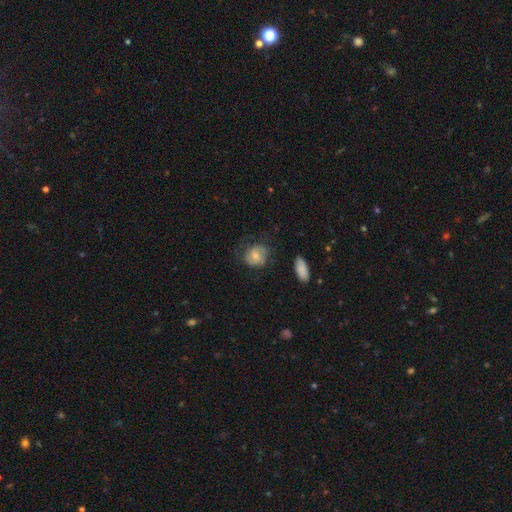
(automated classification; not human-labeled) Overall: smooth (53%; featured or disk 39%). How rounded: round (63%; in between 36%). Merging: none (62%; minor disturbance 23%).